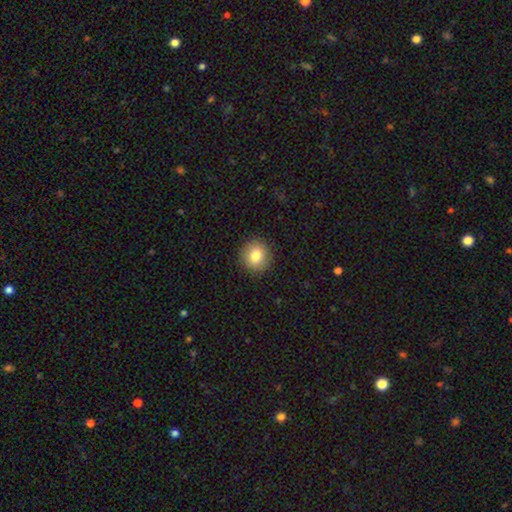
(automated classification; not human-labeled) A smooth galaxy with no disk features (82%) that is round (87%). Merging: none (91%).